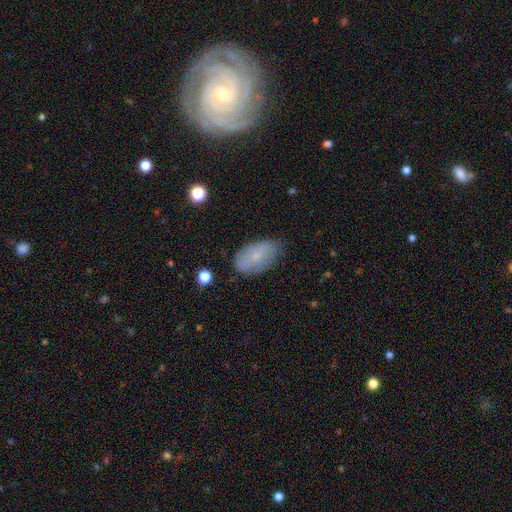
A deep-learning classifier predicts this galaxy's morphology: This is likely a smooth galaxy (62%). How rounded: clearly in between (92%). Merging: likely none (73%).